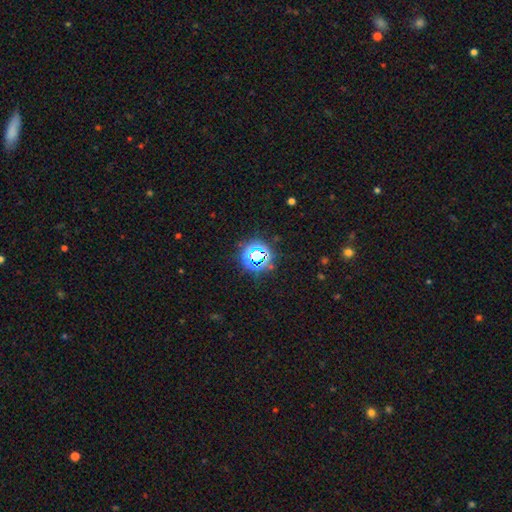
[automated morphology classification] A star or artifact, not a galaxy (73%).

Vote fractions:
- Smooth or featured? star or artifact: 73% / smooth: 18% / featured or disk: 9%